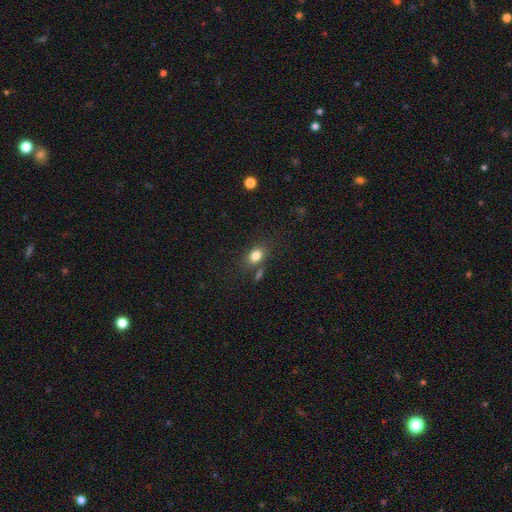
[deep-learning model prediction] Smooth or featured?
  - smooth: 81% *
  - star or artifact: 11%
  - featured or disk: 8%
How rounded?
  - in between: 74% *
  - round: 25%
  - cigar-shaped: 2%
Merging?
  - none: 70% *
  - minor disturbance: 14%
  - merger: 11%
  - major disturbance: 5%